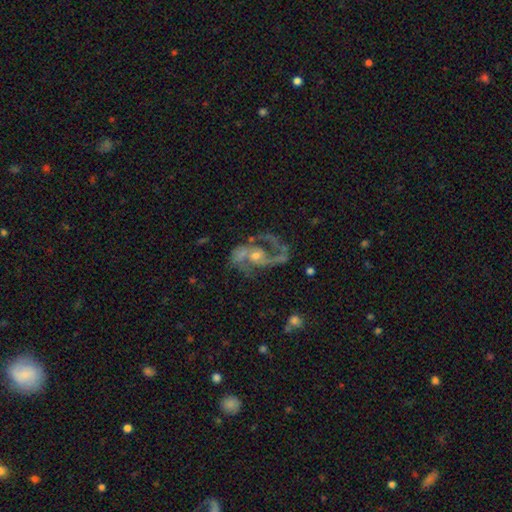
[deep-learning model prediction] A featured or disk galaxy (87%) with no bar (47%), 2 (86%) medium (55%) spiral arms (95%) and a moderate central bulge (48%).

Vote fractions:
- Smooth or featured? featured or disk: 87% / star or artifact: 8% / smooth: 5%
- Edge-on disk? no: 97% / yes: 3%
- Bar? no: 47% / weak: 36% / strong: 17%
- Spiral arms? yes: 95% / no: 5%
- Spiral winding? medium: 55% / loose: 30% / tight: 15%
- Spiral arm count? 2: 86% / 1: 4% / can't tell: 4% / 3: 3% / 4: 1% / more than 4: 1%
- Bulge size? moderate: 48% / small: 44% / large: 4% / none: 3% / dominant: 1%
- Merging? none: 63% / major disturbance: 16% / minor disturbance: 16% / merger: 4%